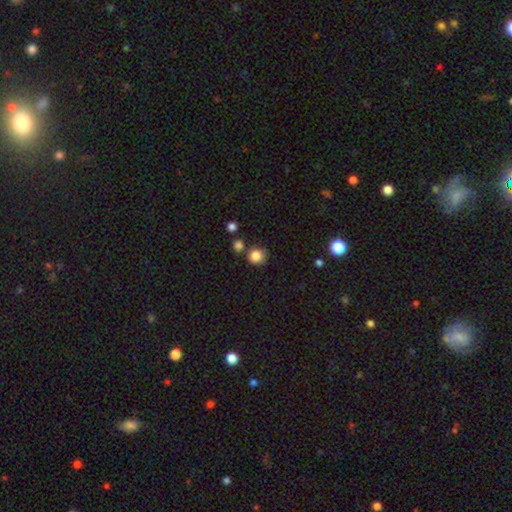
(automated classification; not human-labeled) This is clearly a smooth galaxy (85%). How rounded: clearly round (89%). Merging: likely none (73%).